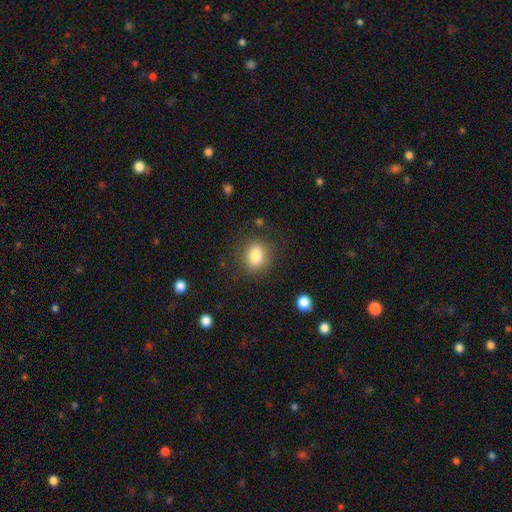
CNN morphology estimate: Overall: smooth (83%). How rounded: round (63%; in between 36%). Merging: none (85%).